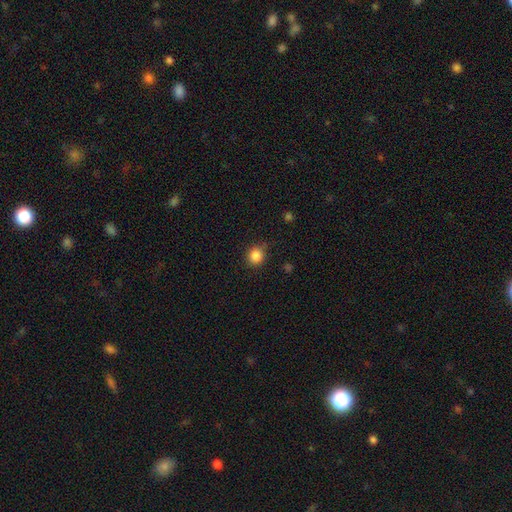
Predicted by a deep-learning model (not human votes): Overall: smooth (86%). How rounded: round (86%). Merging: none (81%).